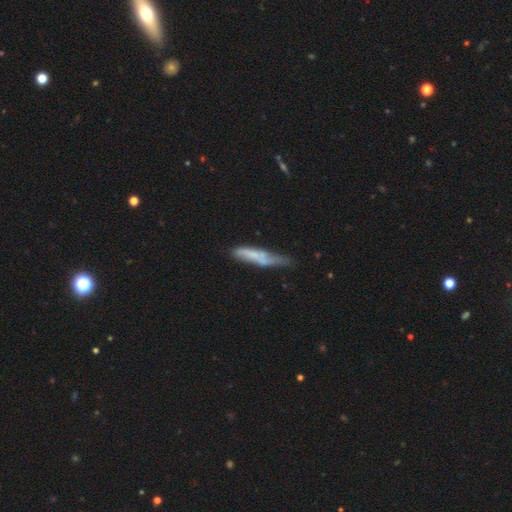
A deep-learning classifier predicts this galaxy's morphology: Smooth or featured? Predicted: smooth (p=0.53). How rounded? Predicted: cigar-shaped (p=0.81). Merging? Predicted: none (p=0.42).